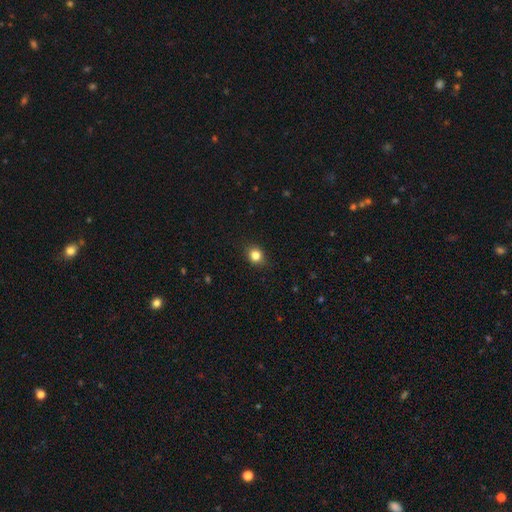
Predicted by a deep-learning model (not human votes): The model was most divided on "how rounded": round: 71%, in between: 28%, cigar-shaped: 1%. More confident: merging — none (87%); smooth or featured — smooth (83%).